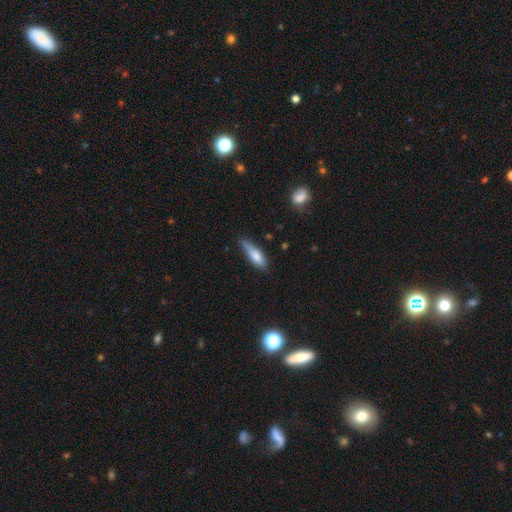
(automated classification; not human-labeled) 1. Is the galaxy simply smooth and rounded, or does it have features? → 74% smooth, 19% featured or disk, 7% star or artifact.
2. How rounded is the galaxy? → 55% cigar-shaped, 43% in between, 2% round.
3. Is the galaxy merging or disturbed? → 59% none, 32% minor disturbance, 6% major disturbance, 3% merger.